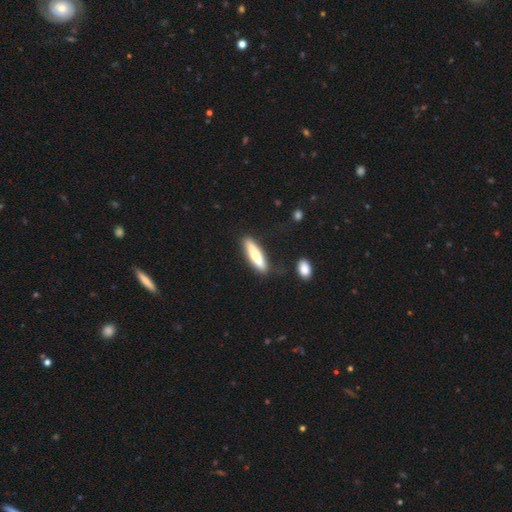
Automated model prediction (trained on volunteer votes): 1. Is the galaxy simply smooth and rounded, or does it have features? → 61% smooth, 33% featured or disk, 5% star or artifact.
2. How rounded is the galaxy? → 78% cigar-shaped, 20% in between, 1% round.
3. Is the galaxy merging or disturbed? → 81% none, 12% minor disturbance, 4% merger, 3% major disturbance.